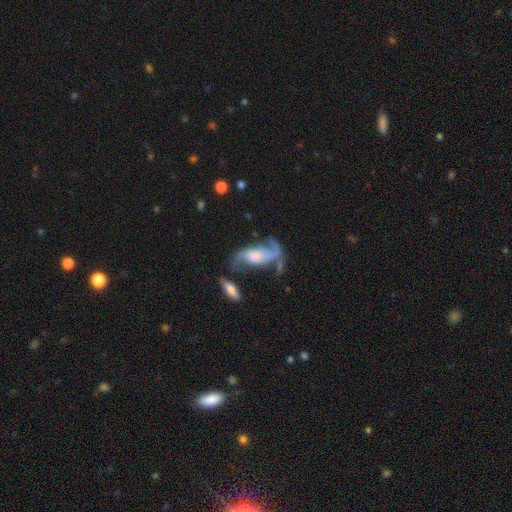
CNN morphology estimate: Smooth or featured: featured or disk — 80% (smooth — 13%)
Edge-on disk: no — 92% (yes — 8%)
Bar: no — 54% (weak — 35%)
Spiral arms: yes — 93% (no — 7%)
Spiral winding: loose — 57% (medium — 33%)
Spiral arm count: 2 — 82% (1 — 9%)
Bulge size: moderate — 32% (large — 29%)
Merging: none — 43% (major disturbance — 22%)